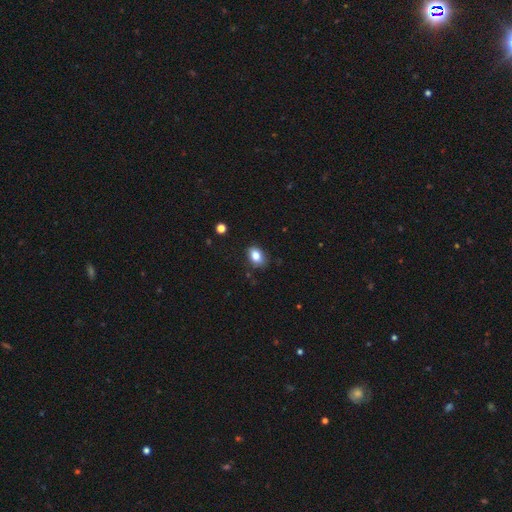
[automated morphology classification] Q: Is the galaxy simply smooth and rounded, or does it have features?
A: smooth — 83%.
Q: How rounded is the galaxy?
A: in between — 82%.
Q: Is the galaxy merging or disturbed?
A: none — 79%.